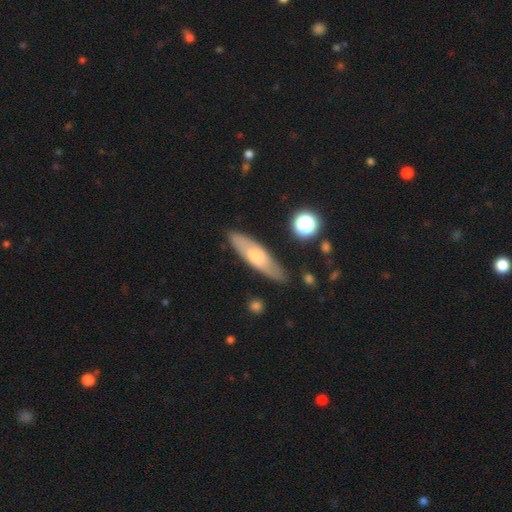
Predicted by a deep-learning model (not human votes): Smooth or featured? smooth (51%)
How rounded? cigar-shaped (65%)
Merging? none (84%)